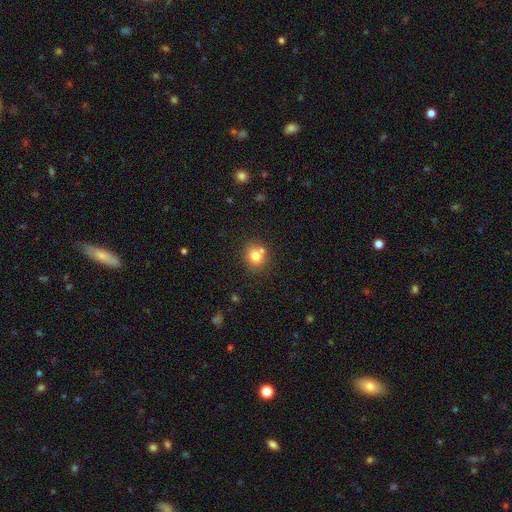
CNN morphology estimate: A smooth galaxy with no disk features (77%) that is round (79%).

Vote fractions:
- Smooth or featured? smooth: 77% / star or artifact: 12% / featured or disk: 11%
- How rounded? round: 79% / in between: 20% / cigar-shaped: 1%
- Merging? none: 67% / merger: 19% / minor disturbance: 11% / major disturbance: 3%